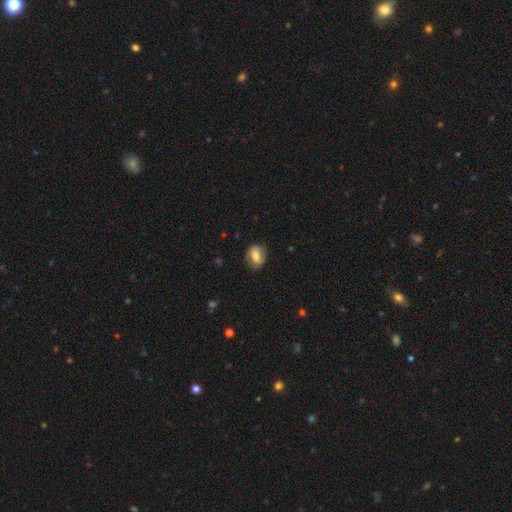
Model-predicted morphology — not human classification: The model was most divided on "how rounded": in between: 61%, round: 36%, cigar-shaped: 2%. More confident: merging — none (76%); smooth or featured — smooth (59%).